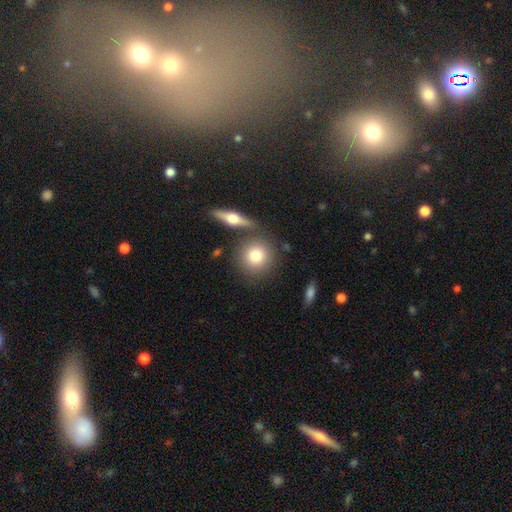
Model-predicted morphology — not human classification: Overall: smooth (77%). How rounded: round (89%). Merging: none (77%).